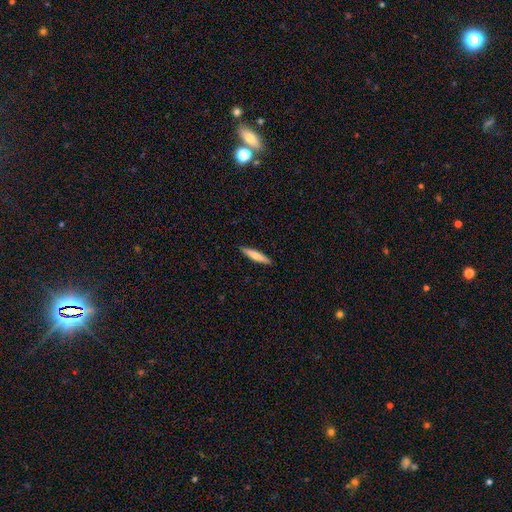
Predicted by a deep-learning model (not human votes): Smooth or featured: smooth — 71% (featured or disk — 23%)
How rounded: cigar-shaped — 89% (in between — 9%)
Merging: none — 91% (minor disturbance — 7%)